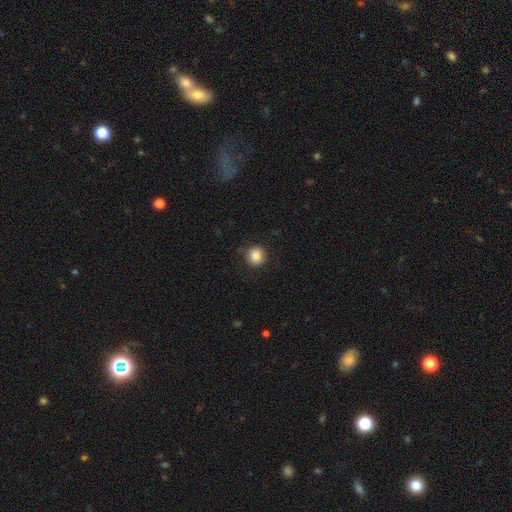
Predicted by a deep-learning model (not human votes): Smooth or featured?
  - smooth: 86% *
  - star or artifact: 10%
  - featured or disk: 5%
How rounded?
  - round: 92% *
  - in between: 7%
  - cigar-shaped: 1%
Merging?
  - none: 86% *
  - minor disturbance: 10%
  - major disturbance: 3%
  - merger: 1%